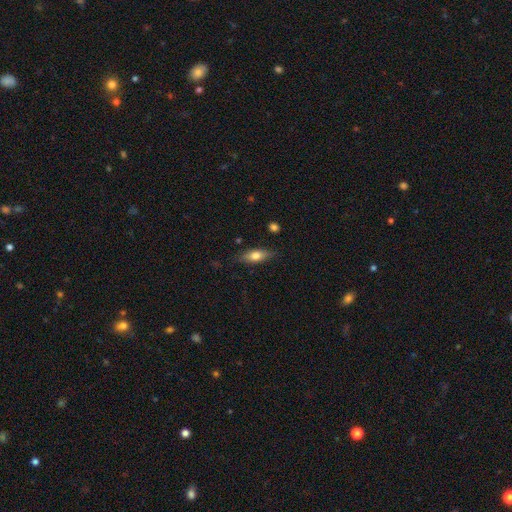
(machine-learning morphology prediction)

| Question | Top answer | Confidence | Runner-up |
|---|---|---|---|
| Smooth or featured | smooth | 64% | featured or disk (29%) |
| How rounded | in between | 64% | cigar-shaped (33%) |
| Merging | none | 81% | minor disturbance (15%) |